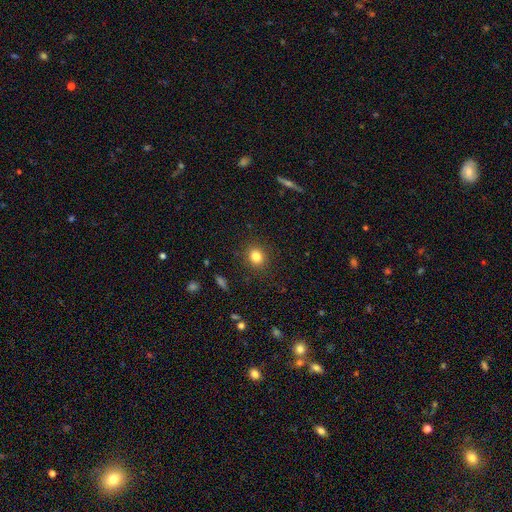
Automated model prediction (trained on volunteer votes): Smooth or featured? Predicted: smooth (p=0.82). How rounded? Predicted: round (p=0.73). Merging? Predicted: none (p=0.89).